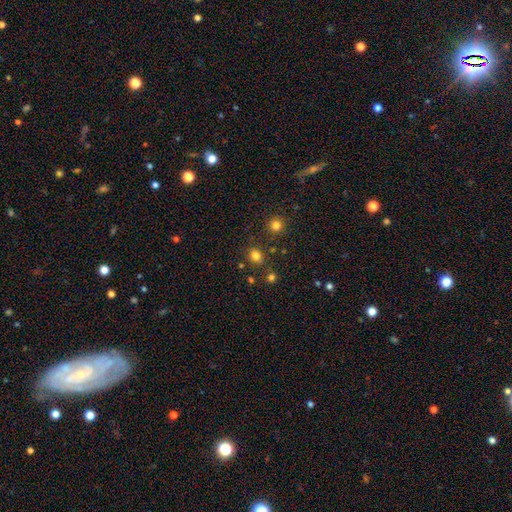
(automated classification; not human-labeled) smooth 79%, star or artifact 16%, featured or disk 5%. Down the decision tree: how rounded — round (74%); merging — none (82%).